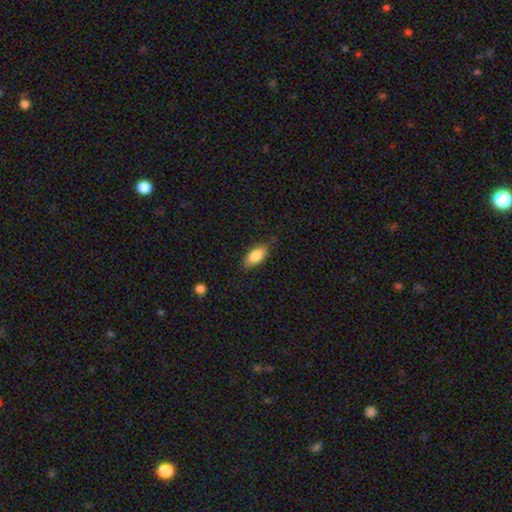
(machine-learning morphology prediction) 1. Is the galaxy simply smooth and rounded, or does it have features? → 83% smooth, 10% featured or disk, 7% star or artifact.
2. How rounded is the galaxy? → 86% in between, 11% cigar-shaped, 3% round.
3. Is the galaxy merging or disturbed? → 76% none, 19% minor disturbance, 4% major disturbance, 1% merger.